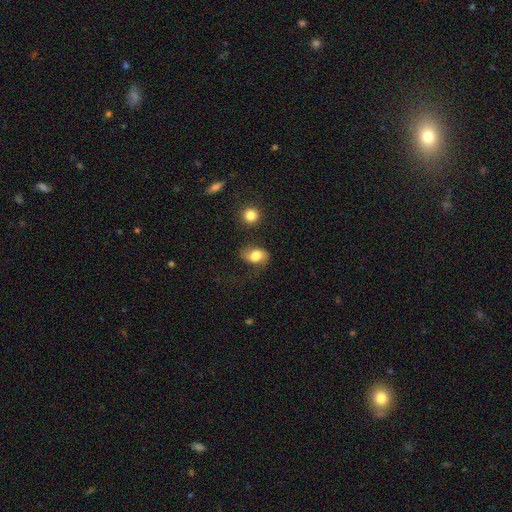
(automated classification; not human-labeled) Smooth or featured? smooth (66%)
How rounded? in between (75%)
Merging? none (58%)